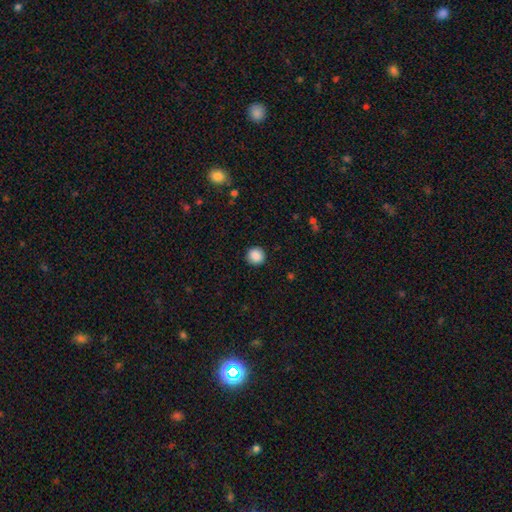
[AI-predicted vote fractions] Morphology: type=smooth (88%); roundness=round (92%); merging=none (92%).